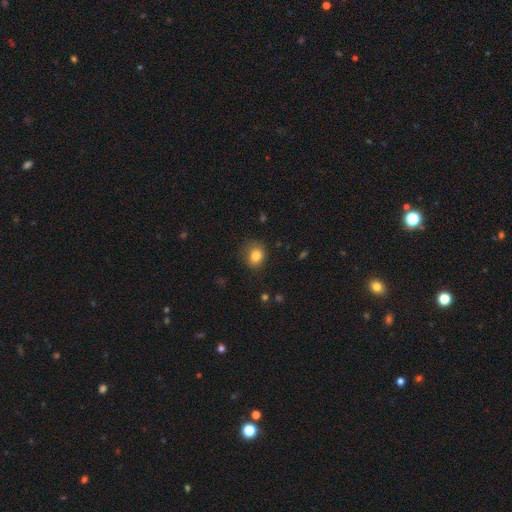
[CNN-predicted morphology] Smooth or featured? Predicted: smooth (p=0.82). How rounded? Predicted: round (p=0.69). Merging? Predicted: none (p=0.76).